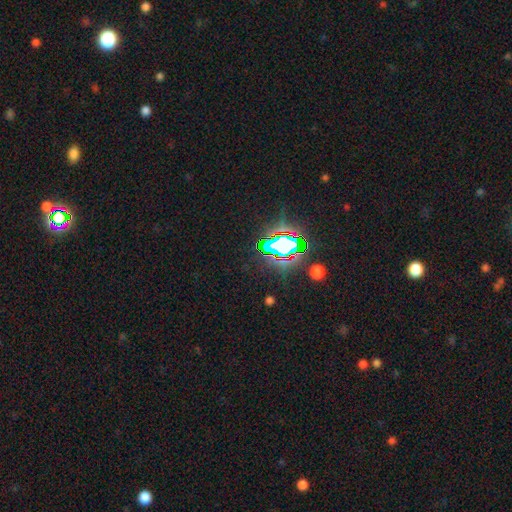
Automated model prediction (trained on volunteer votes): star or artifact 82%, smooth 12%, featured or disk 7%.